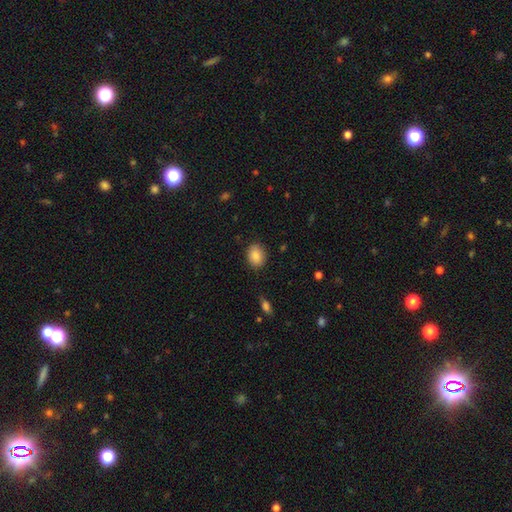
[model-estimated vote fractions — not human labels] A smooth galaxy with no disk features (88%) that is in between round and cigar-shaped (59%). Merging: none (84%).